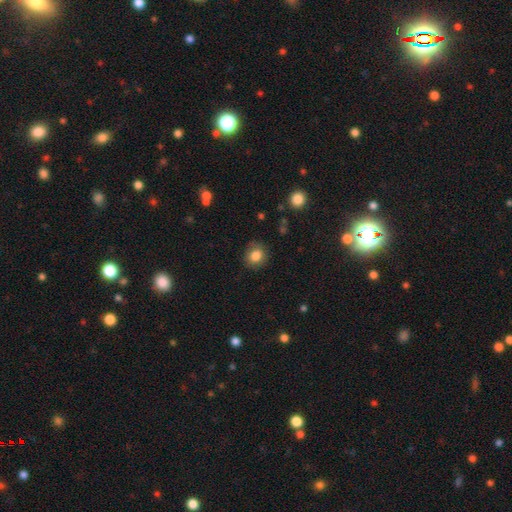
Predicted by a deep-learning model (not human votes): smooth_or_featured: smooth (p=0.83) [alt: star or artifact p=0.09]
how_rounded: round (p=0.77) [alt: in between p=0.22]
merging: none (p=0.82) [alt: minor disturbance p=0.13]